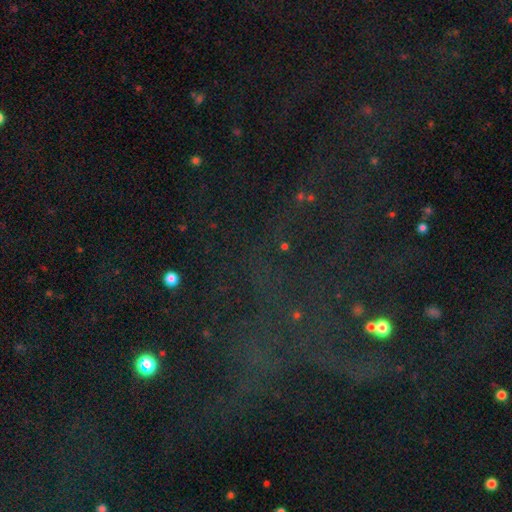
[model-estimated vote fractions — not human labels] This appears to be a star or artifact, not a galaxy (74%).